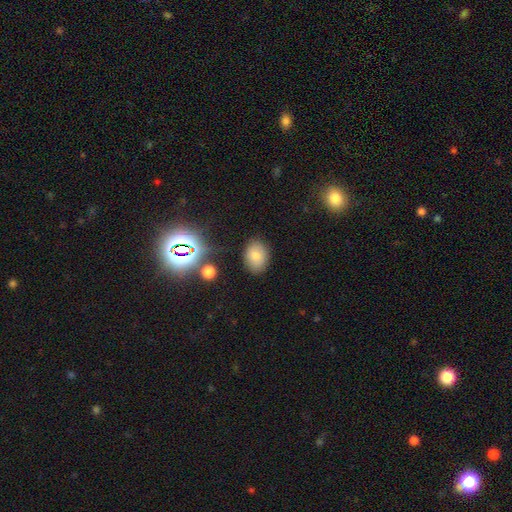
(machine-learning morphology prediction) A smooth galaxy with no disk features (67%) that is in between round and cigar-shaped (69%). Merging: none (85%).